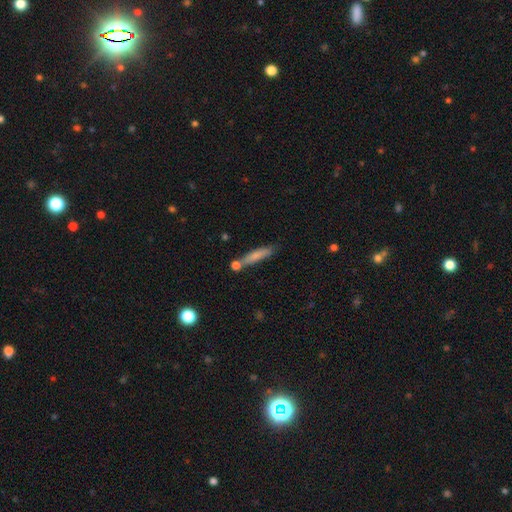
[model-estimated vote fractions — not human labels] Smooth or featured? Predicted: smooth (p=0.73). How rounded? Predicted: cigar-shaped (p=0.86). Merging? Predicted: none (p=0.63).